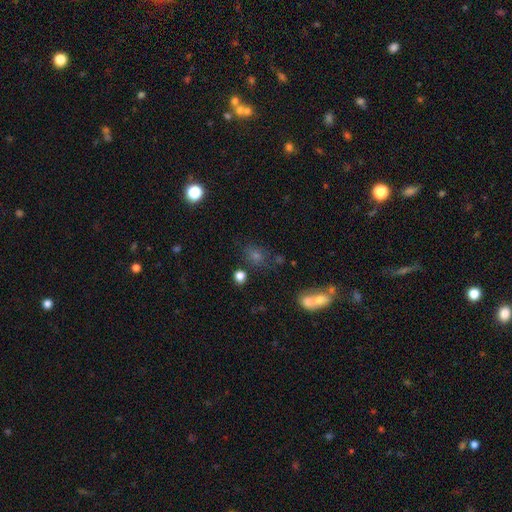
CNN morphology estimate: smooth 57%, star or artifact 30%, featured or disk 13%. Down the decision tree: how rounded — round (55%); merging — none (69%).